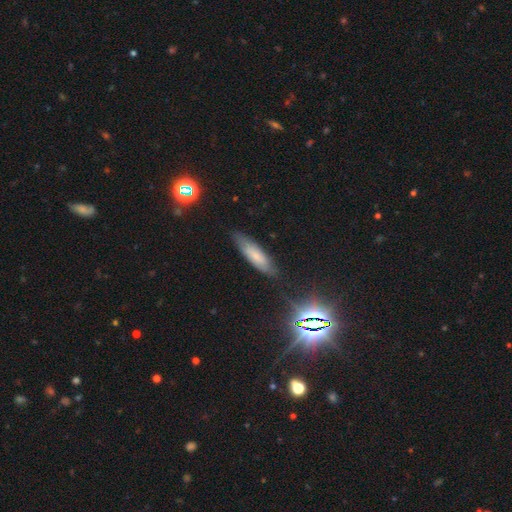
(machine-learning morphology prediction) A smooth galaxy with no disk features (65%) that is cigar-shaped (60%).

Vote fractions:
- Smooth or featured? smooth: 65% / featured or disk: 24% / star or artifact: 11%
- How rounded? cigar-shaped: 60% / in between: 38% / round: 2%
- Merging? none: 77% / minor disturbance: 17% / major disturbance: 4% / merger: 2%